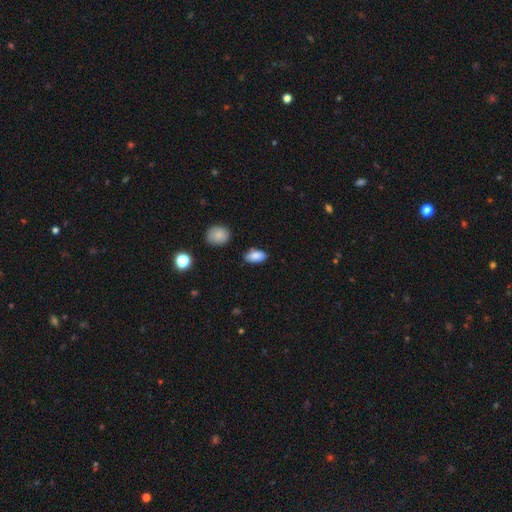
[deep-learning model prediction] A smooth galaxy with no disk features (86%) that is in between round and cigar-shaped (92%). Merging: none (82%).